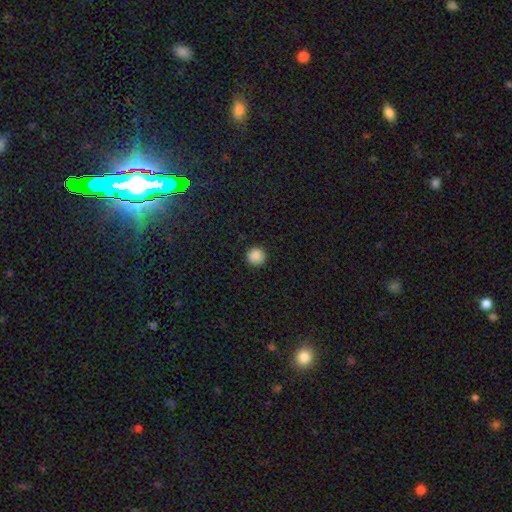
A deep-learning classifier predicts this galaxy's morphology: Smooth or featured?
  - smooth: 88% *
  - star or artifact: 10%
  - featured or disk: 2%
How rounded?
  - round: 96% *
  - in between: 3%
  - cigar-shaped: 1%
Merging?
  - none: 92% *
  - minor disturbance: 5%
  - major disturbance: 2%
  - merger: 1%